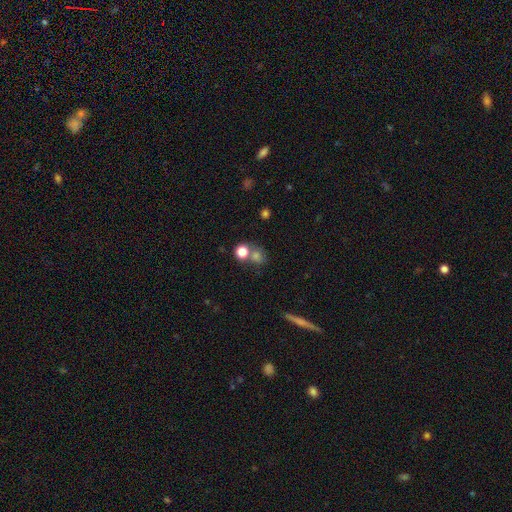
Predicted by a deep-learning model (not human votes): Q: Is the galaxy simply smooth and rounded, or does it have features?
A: smooth — 69%.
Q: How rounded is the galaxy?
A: round — 79%.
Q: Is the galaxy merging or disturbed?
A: none — 54%.